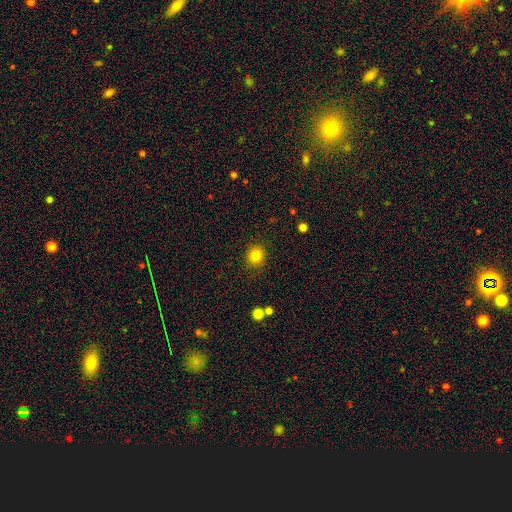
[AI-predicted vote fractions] Smooth or featured: smooth — 83% (star or artifact — 12%)
How rounded: round — 83% (in between — 16%)
Merging: none — 87% (minor disturbance — 9%)